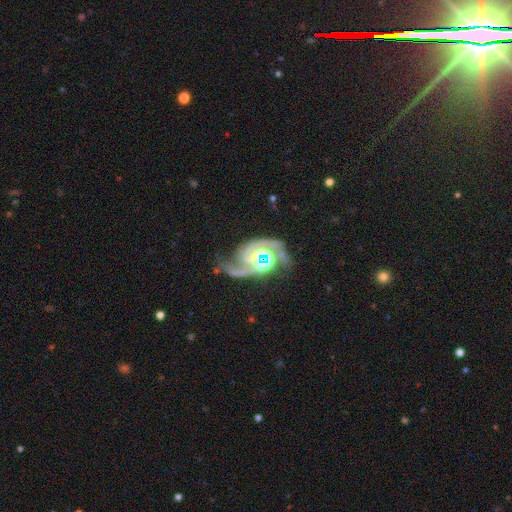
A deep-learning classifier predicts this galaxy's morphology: Overall: featured or disk (90%). Edge-on disk: no (98%). Bar: no (48%; weak 34%). Spiral arms: yes (98%). Spiral arm count: 2 (77%). Spiral winding: medium (50%; tight 39%). Bulge size: small (42%; moderate 40%). Merging: none (59%).